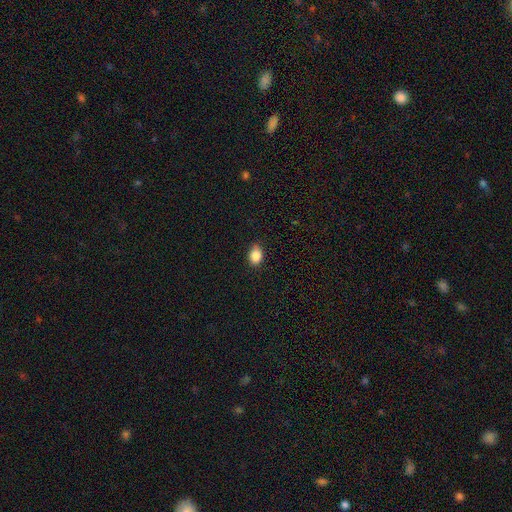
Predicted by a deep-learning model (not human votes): smooth-or-featured: smooth: 87% | star or artifact: 9% | featured or disk: 4%
  how-rounded: in between: 68% | round: 31% | cigar-shaped: 1%
  merging: none: 81% | minor disturbance: 15% | major disturbance: 2% | merger: 1%